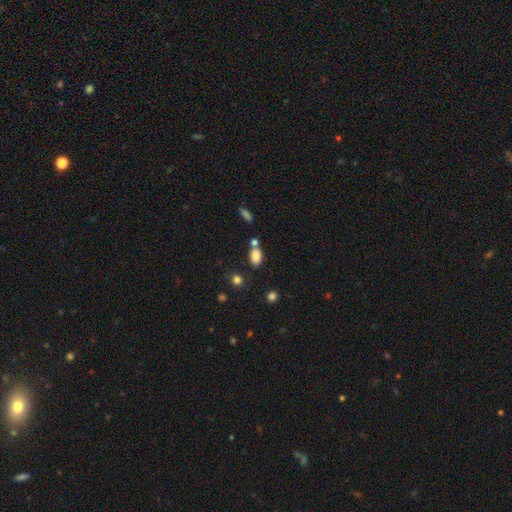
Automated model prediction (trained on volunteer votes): smooth-or-featured: smooth: 83% | star or artifact: 10% | featured or disk: 7%
  how-rounded: in between: 86% | round: 11% | cigar-shaped: 3%
  merging: none: 61% | merger: 22% | minor disturbance: 13% | major disturbance: 4%